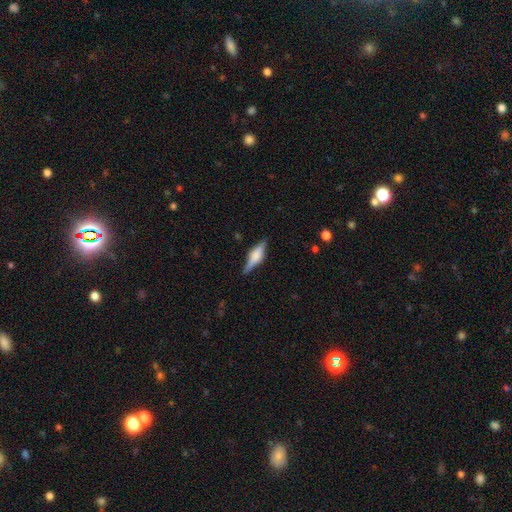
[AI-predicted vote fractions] A featured or disk galaxy (62%) viewed edge-on (96%) with a rounded central bulge (69%).

Vote fractions:
- Smooth or featured? featured or disk: 62% / smooth: 31% / star or artifact: 7%
- Edge-on disk? yes: 96% / no: 4%
- Edge-on bulge? rounded: 69% / boxy: 27% / none: 4%
- Merging? none: 84% / minor disturbance: 11% / major disturbance: 3% / merger: 1%